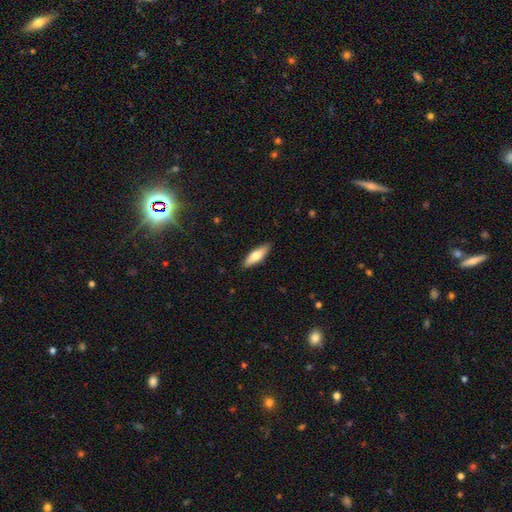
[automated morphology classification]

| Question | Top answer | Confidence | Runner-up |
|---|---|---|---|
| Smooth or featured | smooth | 69% | featured or disk (25%) |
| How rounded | in between | 50% | cigar-shaped (48%) |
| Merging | none | 88% | minor disturbance (10%) |